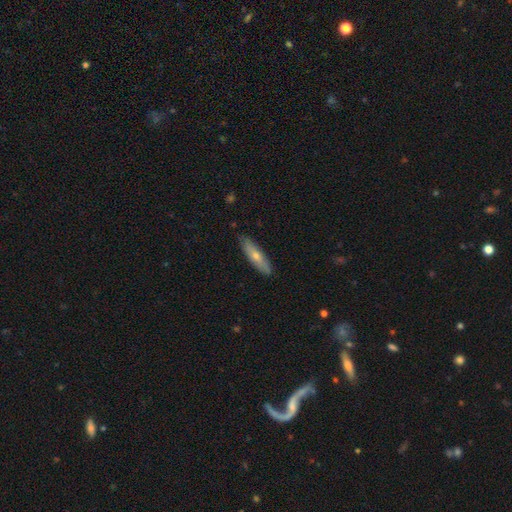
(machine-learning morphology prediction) A smooth galaxy with no disk features (53%) that is cigar-shaped (77%).

Vote fractions:
- Smooth or featured? smooth: 53% / featured or disk: 40% / star or artifact: 6%
- How rounded? cigar-shaped: 77% / in between: 21% / round: 2%
- Merging? none: 87% / minor disturbance: 10% / major disturbance: 2% / merger: 1%